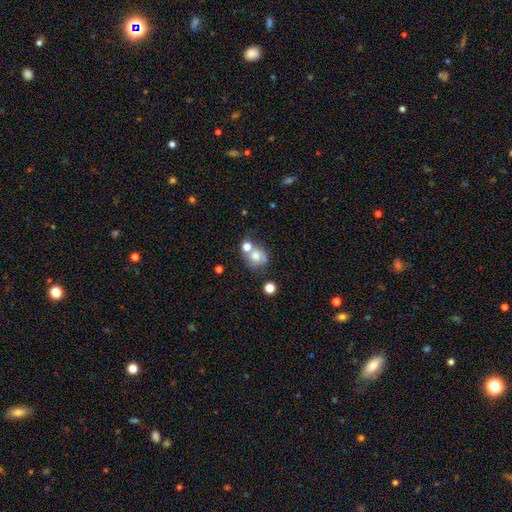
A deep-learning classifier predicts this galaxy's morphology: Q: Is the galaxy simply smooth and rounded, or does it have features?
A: smooth — 55%.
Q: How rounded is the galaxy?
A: round — 70%.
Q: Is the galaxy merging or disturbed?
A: none — 39%.